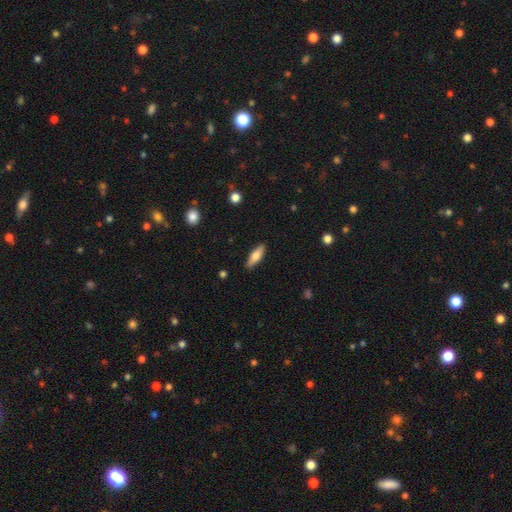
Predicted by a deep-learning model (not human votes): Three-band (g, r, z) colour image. It shows a smooth galaxy with no disk features (68%) that is in between round and cigar-shaped (51%). Merging: none (88%).